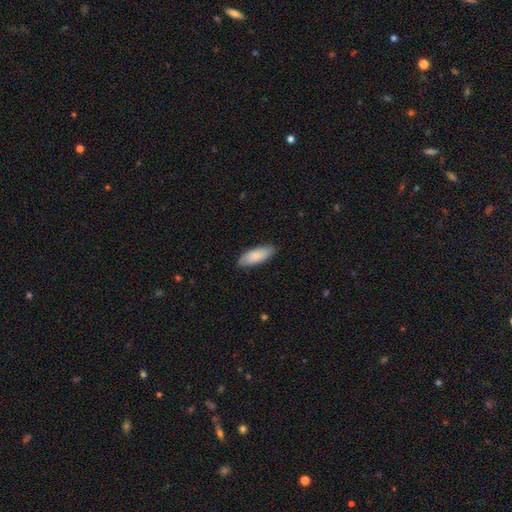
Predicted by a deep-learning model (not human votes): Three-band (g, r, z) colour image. It shows a smooth galaxy with no disk features (85%) that is in between round and cigar-shaped (71%). Merging: none (85%).